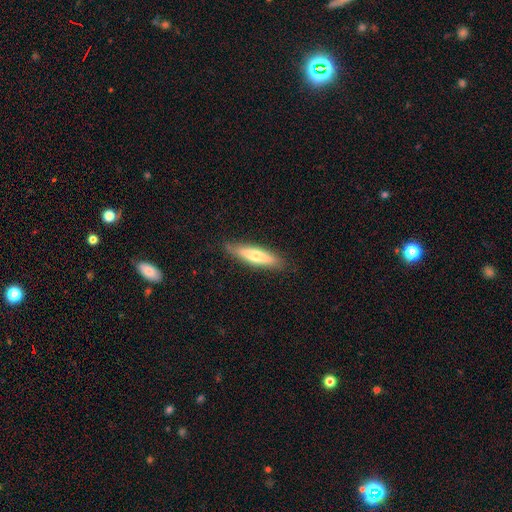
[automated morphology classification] This is likely a smooth galaxy (62%). How rounded: likely cigar-shaped (76%). Merging: clearly none (84%).